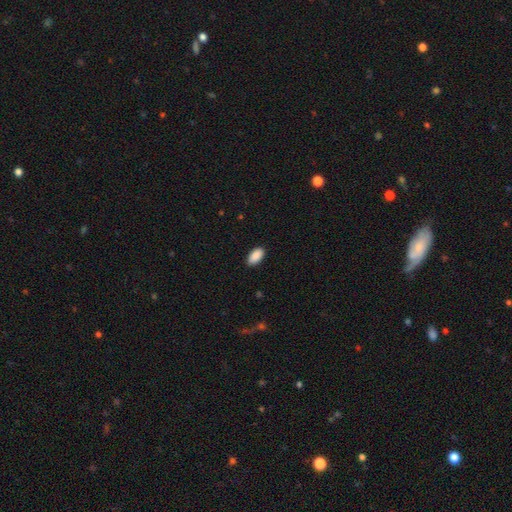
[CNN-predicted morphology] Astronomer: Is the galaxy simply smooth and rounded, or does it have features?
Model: smooth — 90%.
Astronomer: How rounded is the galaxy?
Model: in between — 94%.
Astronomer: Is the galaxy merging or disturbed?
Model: none — 88%.